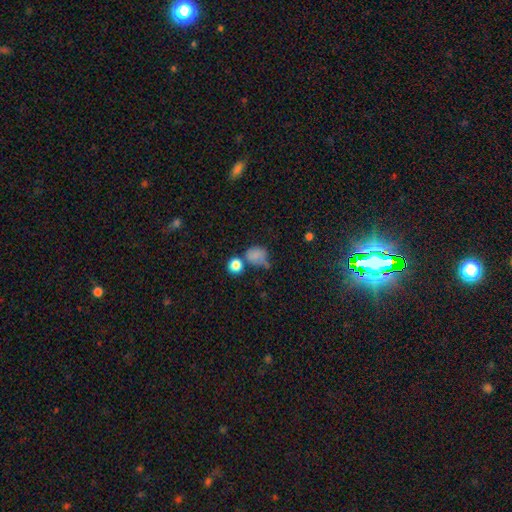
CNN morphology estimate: A smooth galaxy with no disk features (78%) that is round (64%).

Vote fractions:
- Smooth or featured? smooth: 78% / star or artifact: 14% / featured or disk: 9%
- How rounded? round: 64% / in between: 35% / cigar-shaped: 1%
- Merging? none: 44% / minor disturbance: 23% / merger: 21% / major disturbance: 12%